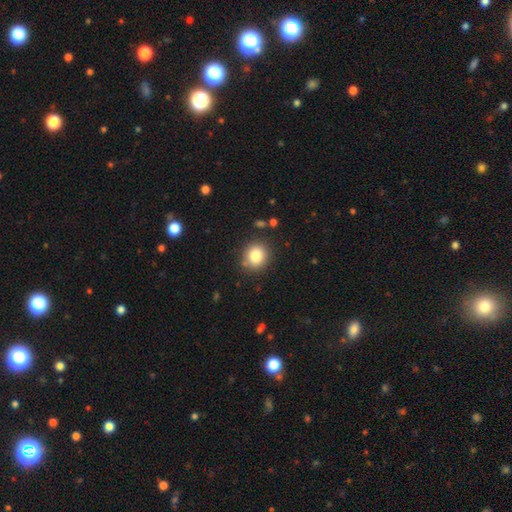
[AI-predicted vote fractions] smooth-or-featured: smooth: 82% | star or artifact: 11% | featured or disk: 7%
  how-rounded: round: 83% | in between: 16% | cigar-shaped: 1%
  merging: none: 85% | minor disturbance: 9% | merger: 3% | major disturbance: 3%